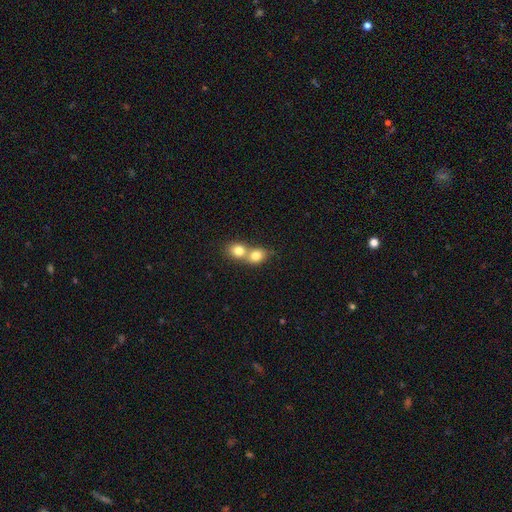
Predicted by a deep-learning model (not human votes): Q: Smooth or featured?
A: smooth (78%); runner-up: featured or disk (12%)
Q: How rounded?
A: round (62%); runner-up: in between (36%)
Q: Merging?
A: merger (69%); runner-up: none (24%)